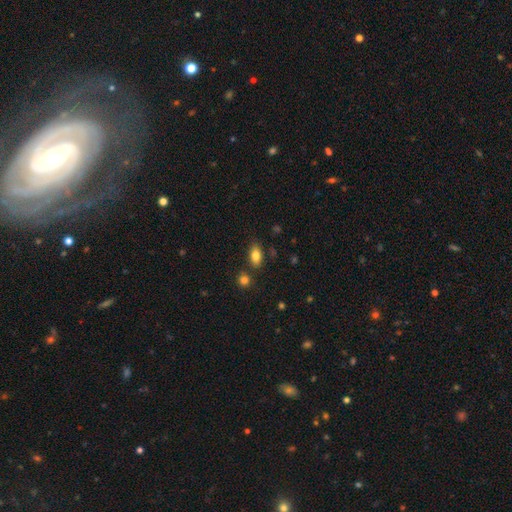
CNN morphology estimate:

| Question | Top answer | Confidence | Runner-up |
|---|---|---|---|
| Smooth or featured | smooth | 81% | featured or disk (10%) |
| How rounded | in between | 88% | round (7%) |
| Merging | none | 78% | minor disturbance (13%) |